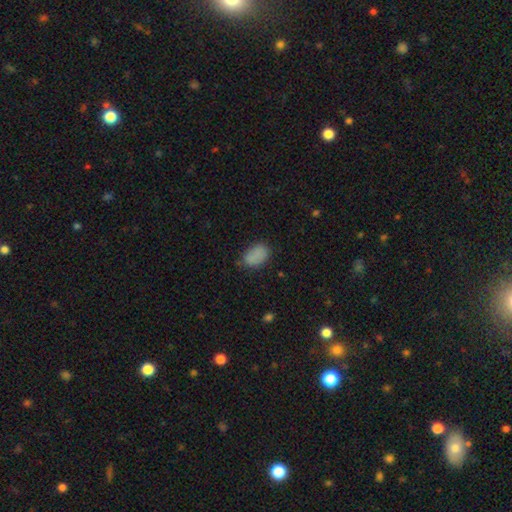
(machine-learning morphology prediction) Smooth or featured?
  - smooth: 85% *
  - star or artifact: 10%
  - featured or disk: 6%
How rounded?
  - in between: 87% *
  - round: 12%
  - cigar-shaped: 1%
Merging?
  - none: 73% *
  - minor disturbance: 21%
  - major disturbance: 5%
  - merger: 2%